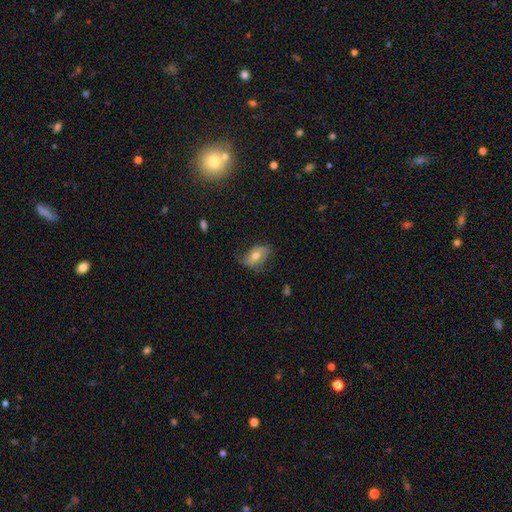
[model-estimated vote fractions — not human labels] Morphology: type=smooth (51%); roundness=in between (85%); merging=none (62%).